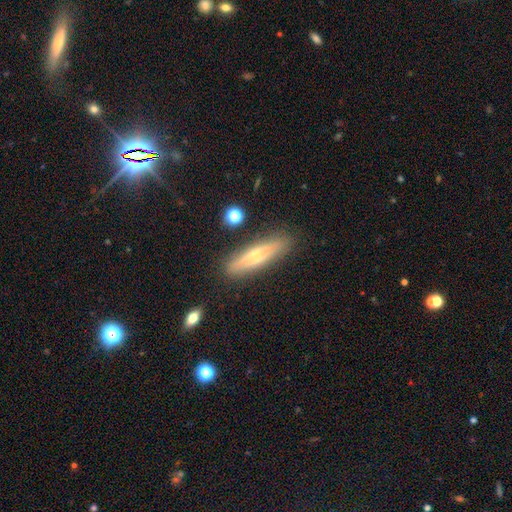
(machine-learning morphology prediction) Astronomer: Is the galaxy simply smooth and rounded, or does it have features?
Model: featured or disk — 49% (runner-up: smooth, 43%).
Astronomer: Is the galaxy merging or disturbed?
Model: none — 85%.